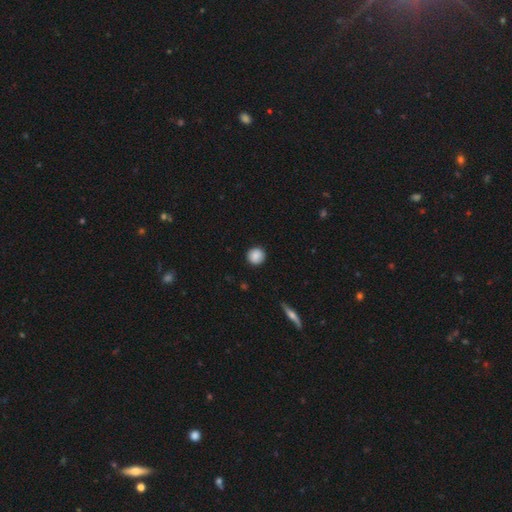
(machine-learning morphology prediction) smooth_or_featured: smooth (p=0.86) [alt: star or artifact p=0.08]
how_rounded: round (p=0.94) [alt: in between p=0.05]
merging: none (p=0.91) [alt: minor disturbance p=0.07]